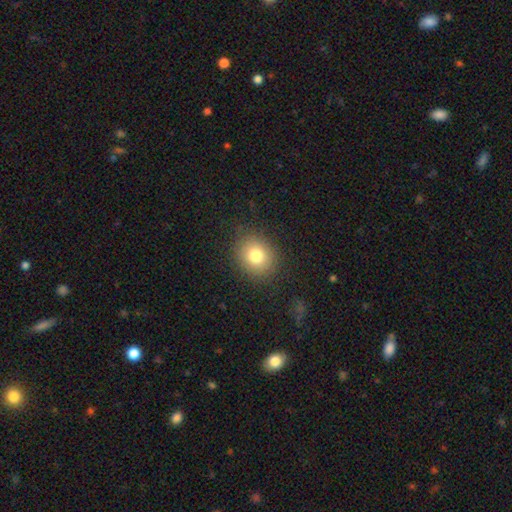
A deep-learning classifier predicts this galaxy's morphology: Smooth or featured: smooth — 79% (star or artifact — 12%)
How rounded: round — 68% (in between — 32%)
Merging: none — 86% (minor disturbance — 9%)